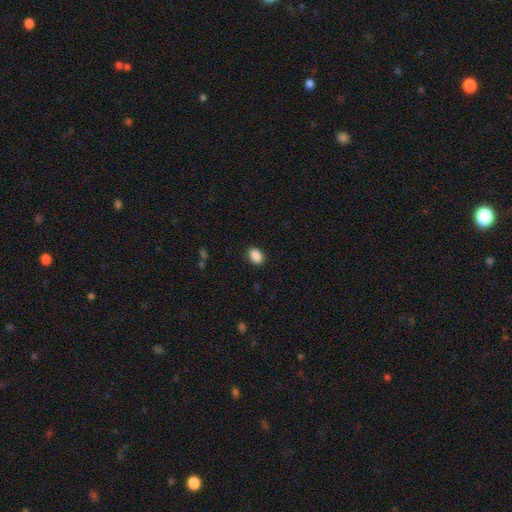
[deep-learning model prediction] Morphology: type=smooth (89%); roundness=in between (76%); merging=none (89%).